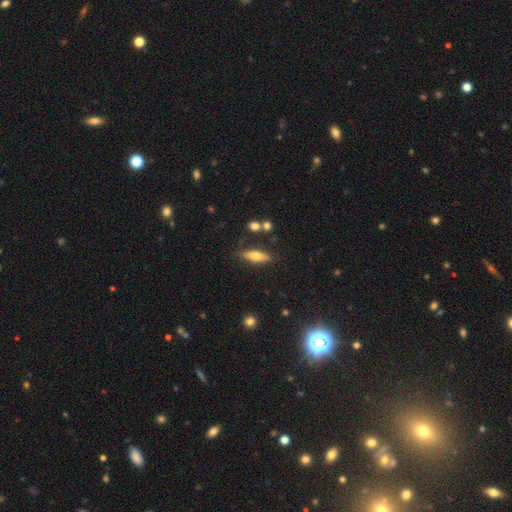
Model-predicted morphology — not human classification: A smooth galaxy with no disk features (54%) that is cigar-shaped (62%). Merging: none (81%).